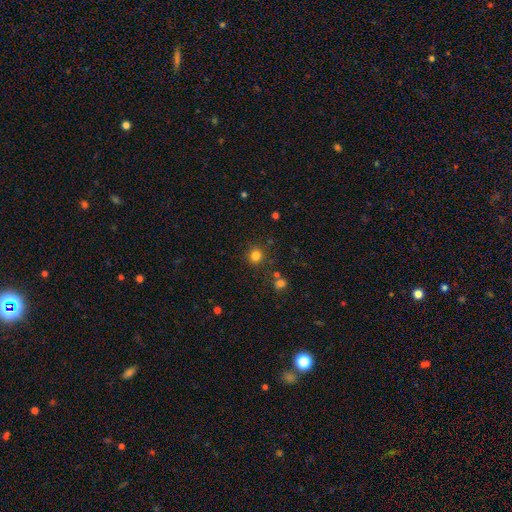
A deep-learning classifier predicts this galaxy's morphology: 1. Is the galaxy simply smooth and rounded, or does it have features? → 80% smooth, 15% star or artifact, 5% featured or disk.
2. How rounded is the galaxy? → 90% round, 9% in between, 1% cigar-shaped.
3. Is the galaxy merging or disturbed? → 84% none, 8% minor disturbance, 5% merger, 3% major disturbance.